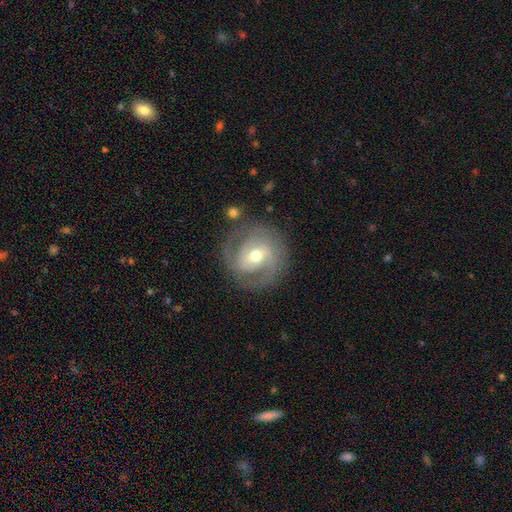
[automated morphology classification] smooth-or-featured: featured or disk: 81% | smooth: 13% | star or artifact: 6%
  disk-edge-on: no: 97% | yes: 3%
    bar: weak: 46% | no: 31% | strong: 23%
    has-spiral-arms: yes: 92% | no: 8%
      spiral-winding: tight: 47% | medium: 41% | loose: 12%
      spiral-arm-count: 2: 65% | 3: 14% | can't tell: 12% | 1: 4% | 4: 3% | more than 4: 2%
    bulge-size: moderate: 68% | small: 26% | large: 4% | dominant: 1% | none: 1%
  merging: none: 79% | minor disturbance: 13% | major disturbance: 6% | merger: 2%